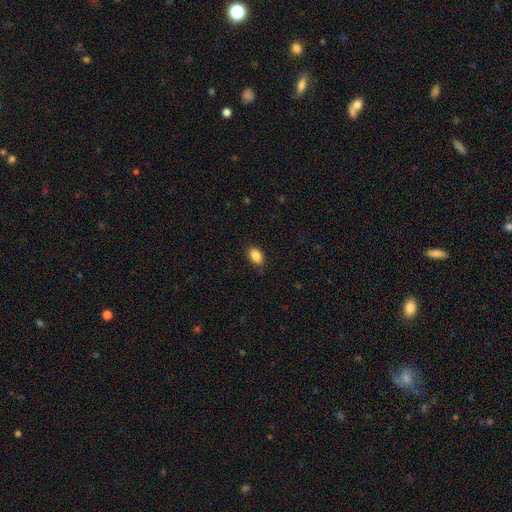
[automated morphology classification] Smooth or featured?
  - smooth: 87% *
  - star or artifact: 8%
  - featured or disk: 5%
How rounded?
  - in between: 88% *
  - round: 11%
  - cigar-shaped: 1%
Merging?
  - none: 85% *
  - minor disturbance: 11%
  - major disturbance: 3%
  - merger: 1%